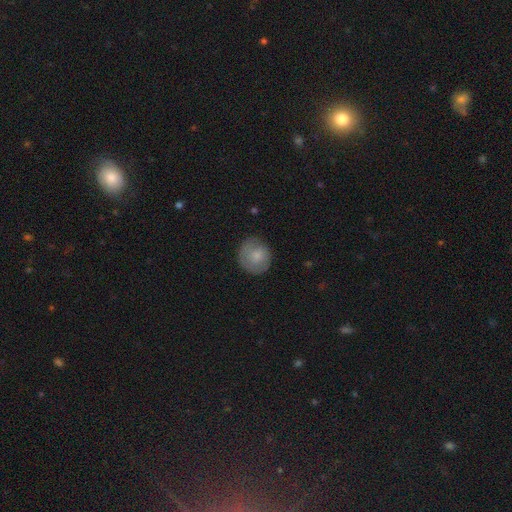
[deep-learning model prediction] This is likely a smooth galaxy (72%). How rounded: clearly round (85%). Merging: likely none (78%).